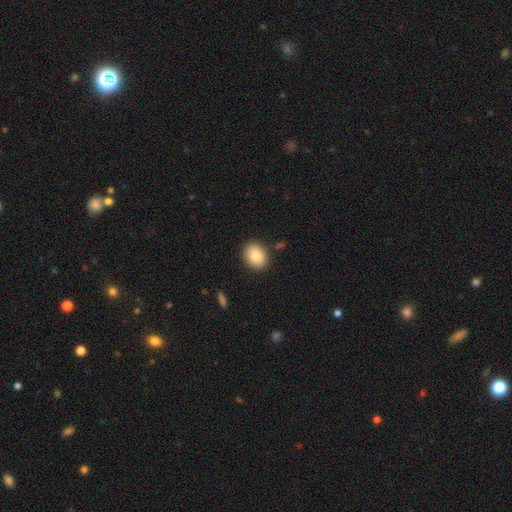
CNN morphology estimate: The model was most divided on "how rounded": round: 54%, in between: 45%, cigar-shaped: 1%. More confident: merging — none (88%); smooth or featured — smooth (83%).